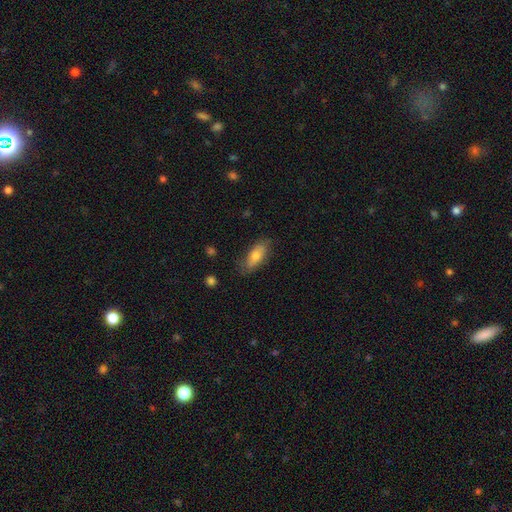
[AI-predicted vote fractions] Smooth or featured: smooth — 69% (featured or disk — 25%)
How rounded: in between — 78% (cigar-shaped — 19%)
Merging: none — 74% (minor disturbance — 20%)